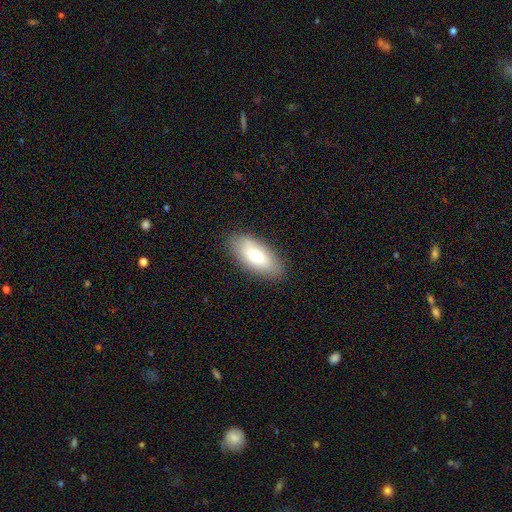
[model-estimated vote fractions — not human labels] A smooth galaxy with no disk features (76%) that is in between round and cigar-shaped (87%).

Vote fractions:
- Smooth or featured? smooth: 76% / featured or disk: 17% / star or artifact: 7%
- How rounded? in between: 87% / cigar-shaped: 11% / round: 2%
- Merging? none: 83% / minor disturbance: 13% / major disturbance: 3% / merger: 1%